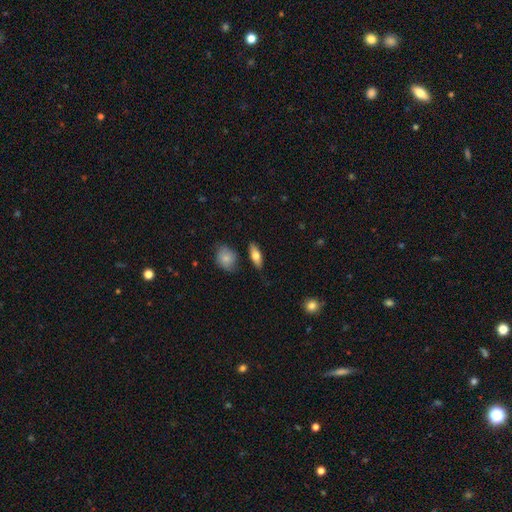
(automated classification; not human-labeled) This is likely a smooth galaxy (68%). How rounded: likely in between (67%). Merging: likely none (80%).